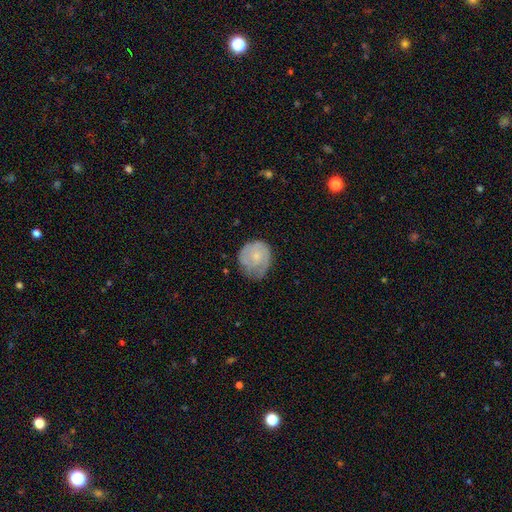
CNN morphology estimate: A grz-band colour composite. It shows a smooth galaxy with no disk features (51%) that is round (82%). Merging: none (57%).